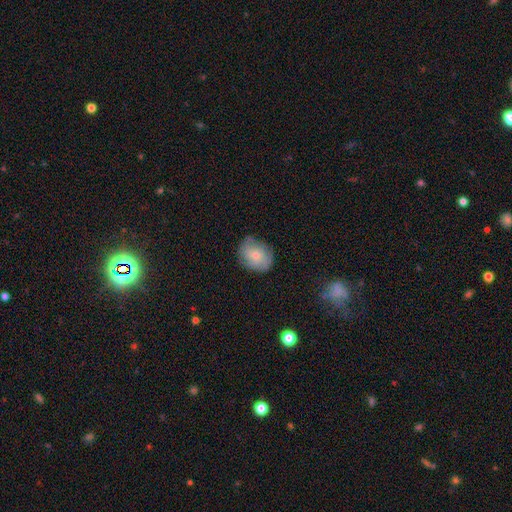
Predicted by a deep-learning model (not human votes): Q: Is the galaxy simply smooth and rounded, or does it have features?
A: smooth — 58%.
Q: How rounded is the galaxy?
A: round — 61%.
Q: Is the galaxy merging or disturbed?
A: none — 68%.